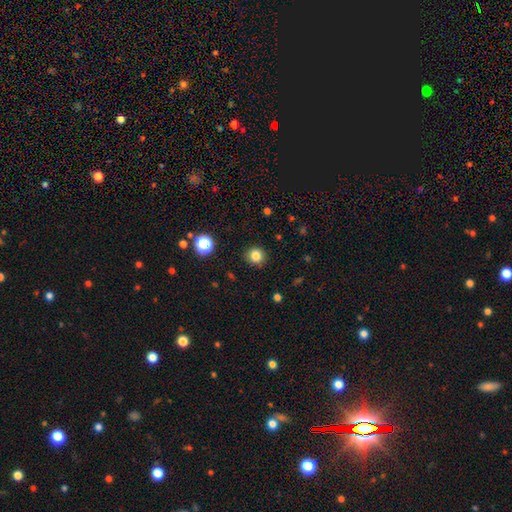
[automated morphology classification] This is clearly a smooth galaxy (82%). How rounded: clearly round (90%). Merging: clearly none (90%).